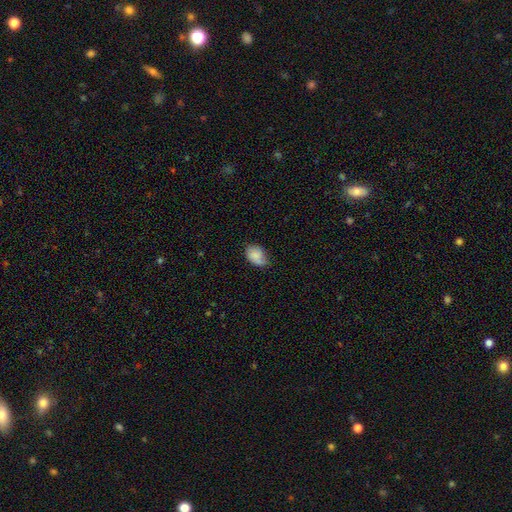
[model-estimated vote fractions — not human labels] A smooth galaxy with no disk features (77%) that is in between round and cigar-shaped (77%).

Vote fractions:
- Smooth or featured? smooth: 77% / featured or disk: 15% / star or artifact: 8%
- How rounded? in between: 77% / round: 22% / cigar-shaped: 1%
- Merging? none: 53% / minor disturbance: 36% / major disturbance: 9% / merger: 3%